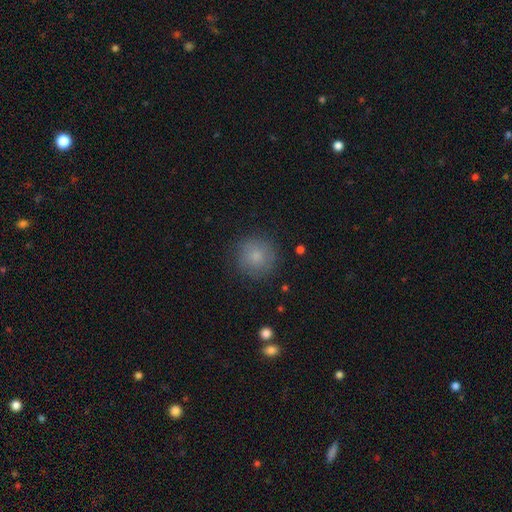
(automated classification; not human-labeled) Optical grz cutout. It shows a smooth galaxy with no disk features (79%) that is round (94%). Merging: none (84%).